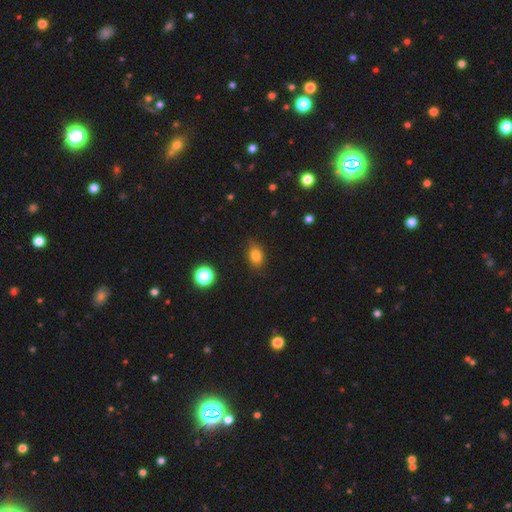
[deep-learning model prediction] smooth_or_featured: smooth (p=0.80) [alt: star or artifact p=0.12]
how_rounded: in between (p=0.68) [alt: round p=0.30]
merging: none (p=0.76) [alt: minor disturbance p=0.19]